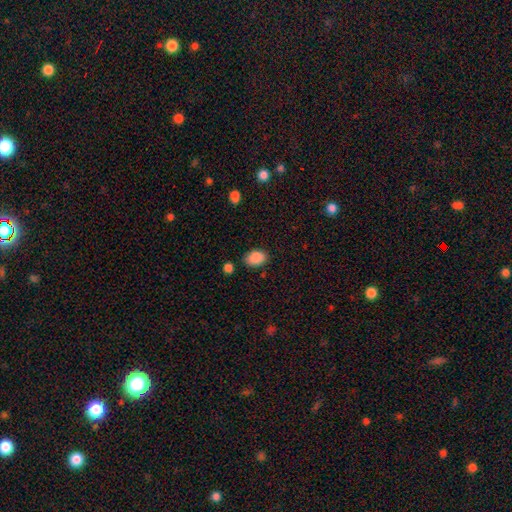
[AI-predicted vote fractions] Smooth or featured: smooth — 89% (star or artifact — 8%)
How rounded: in between — 83% (round — 16%)
Merging: none — 79% (minor disturbance — 14%)